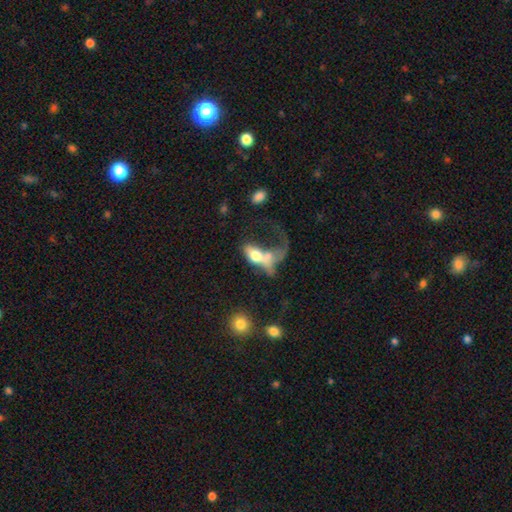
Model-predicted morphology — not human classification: Overall: smooth (53%; featured or disk 38%). How rounded: in between (79%). Merging: merger (45%; major disturbance 36%).